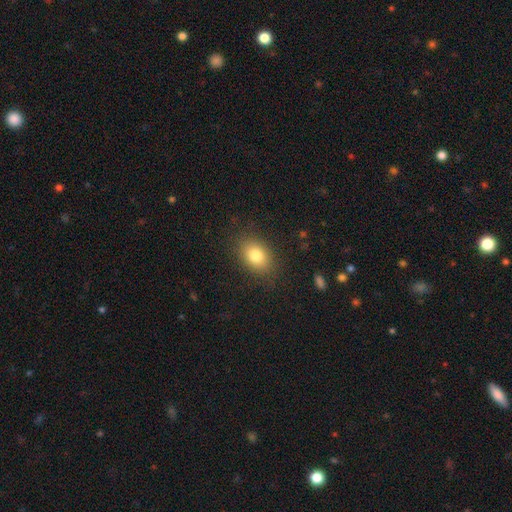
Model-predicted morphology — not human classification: A smooth galaxy with no disk features (81%) that is in between round and cigar-shaped (70%). Merging: none (85%).